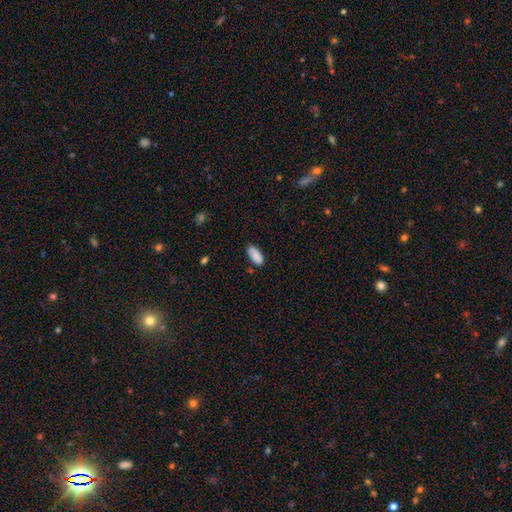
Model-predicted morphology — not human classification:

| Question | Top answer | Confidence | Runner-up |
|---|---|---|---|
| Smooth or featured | smooth | 87% | star or artifact (7%) |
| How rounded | in between | 89% | cigar-shaped (10%) |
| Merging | none | 79% | minor disturbance (16%) |